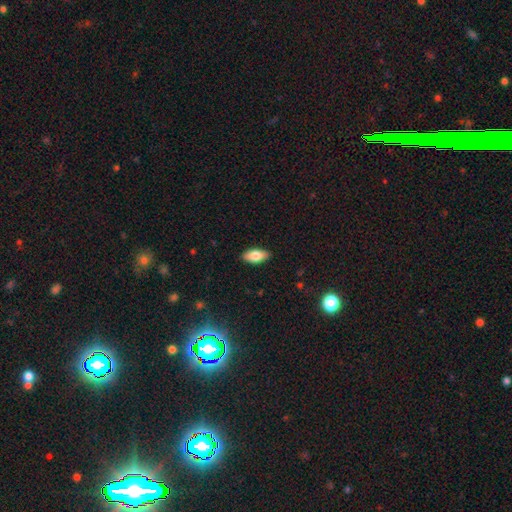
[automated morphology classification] Smooth or featured?
  - smooth: 78% *
  - featured or disk: 16%
  - star or artifact: 7%
How rounded?
  - in between: 88% *
  - cigar-shaped: 10%
  - round: 3%
Merging?
  - none: 89% *
  - minor disturbance: 8%
  - major disturbance: 2%
  - merger: 1%